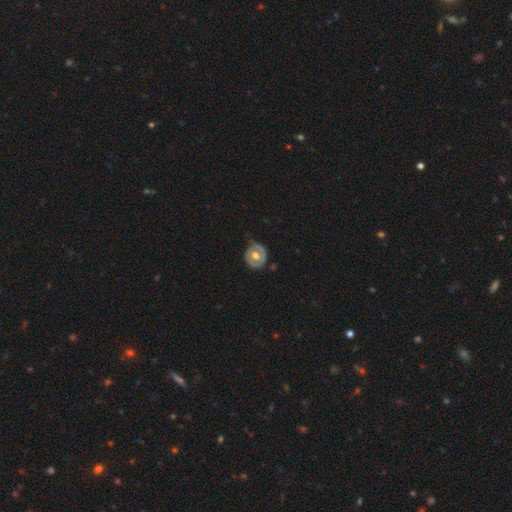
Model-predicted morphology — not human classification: A featured or disk galaxy (57%) with no bar (79%), no spiral arms (68%) and a moderate central bulge (69%).

Vote fractions:
- Smooth or featured? featured or disk: 57% / smooth: 38% / star or artifact: 5%
- Edge-on disk? no: 95% / yes: 5%
- Bar? no: 79% / weak: 17% / strong: 4%
- Spiral arms? no: 68% / yes: 32%
- Bulge size? moderate: 69% / large: 23% / small: 5% / dominant: 1% / none: 1%
- Merging? none: 68% / minor disturbance: 23% / major disturbance: 7% / merger: 2%